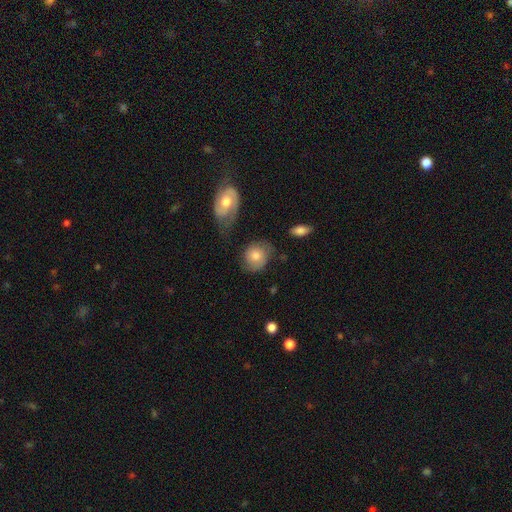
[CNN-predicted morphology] smooth_or_featured: smooth (p=0.59) [alt: featured or disk p=0.33]
how_rounded: round (p=0.68) [alt: in between p=0.30]
merging: none (p=0.56) [alt: minor disturbance p=0.24]